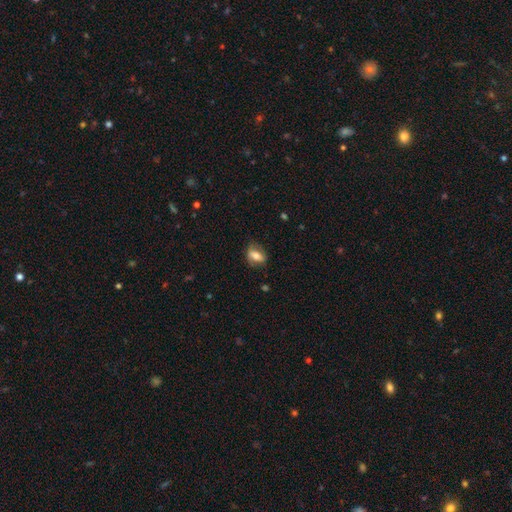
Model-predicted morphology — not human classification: A smooth galaxy with no disk features (61%) that is in between round and cigar-shaped (75%).

Vote fractions:
- Smooth or featured? smooth: 61% / featured or disk: 30% / star or artifact: 8%
- How rounded? in between: 75% / round: 20% / cigar-shaped: 6%
- Merging? none: 66% / minor disturbance: 24% / major disturbance: 8% / merger: 2%